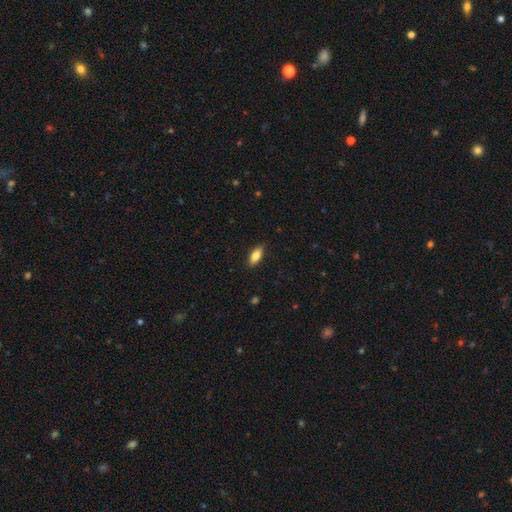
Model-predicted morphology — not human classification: A smooth galaxy with no disk features (81%) that is in between round and cigar-shaped (82%).

Vote fractions:
- Smooth or featured? smooth: 81% / featured or disk: 12% / star or artifact: 7%
- How rounded? in between: 82% / cigar-shaped: 15% / round: 3%
- Merging? none: 87% / minor disturbance: 10% / major disturbance: 2% / merger: 1%